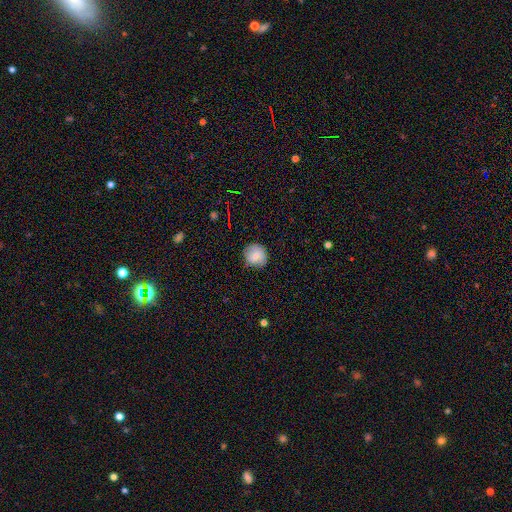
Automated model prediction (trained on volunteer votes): Smooth or featured? Predicted: smooth (p=0.78). How rounded? Predicted: round (p=0.87). Merging? Predicted: none (p=0.80).